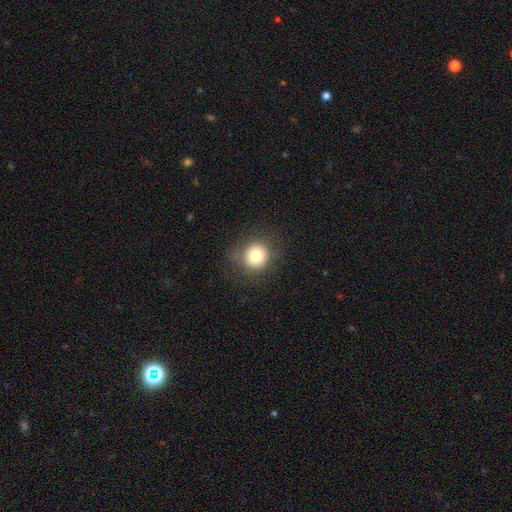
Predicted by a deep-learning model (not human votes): smooth_or_featured: smooth (p=0.78) [alt: star or artifact p=0.12]
how_rounded: round (p=0.90) [alt: in between p=0.09]
merging: none (p=0.86) [alt: minor disturbance p=0.09]